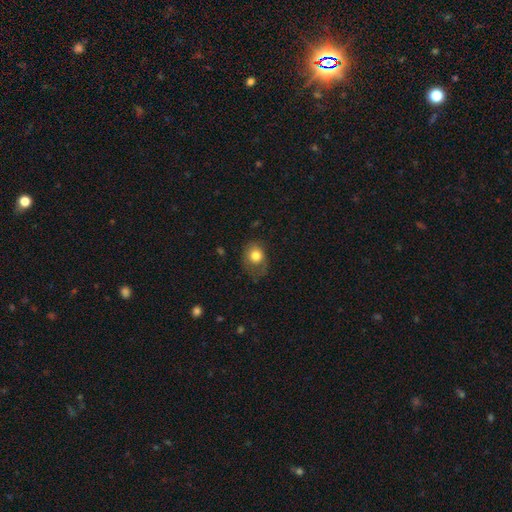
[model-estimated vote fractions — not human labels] Smooth or featured? smooth (78%)
How rounded? round (57%)
Merging? none (49%)